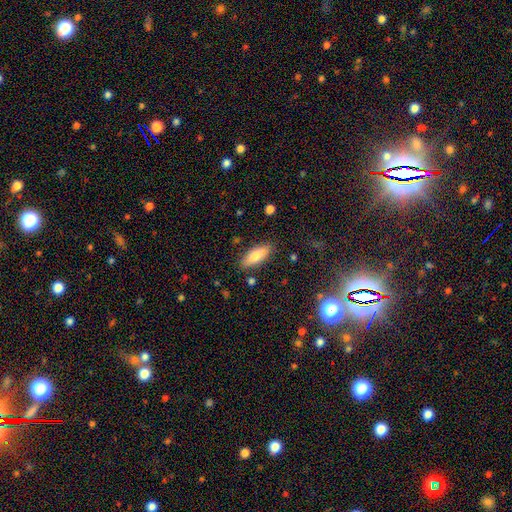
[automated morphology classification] The model was most divided on "how rounded": in between: 68%, cigar-shaped: 29%, round: 2%. More confident: merging — none (84%); smooth or featured — smooth (75%).